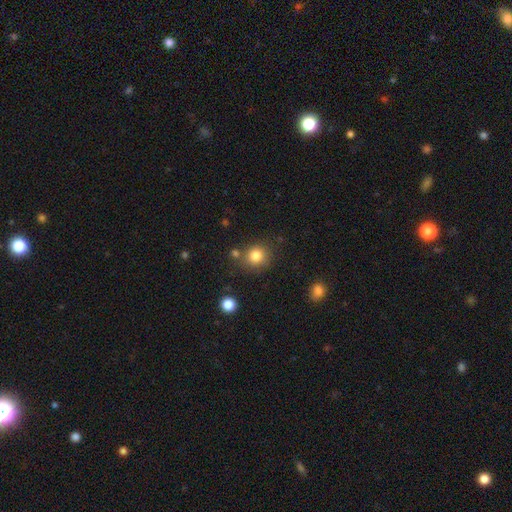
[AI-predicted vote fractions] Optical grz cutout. It shows a smooth galaxy with no disk features (82%) that is round (88%). Merging: none (77%).